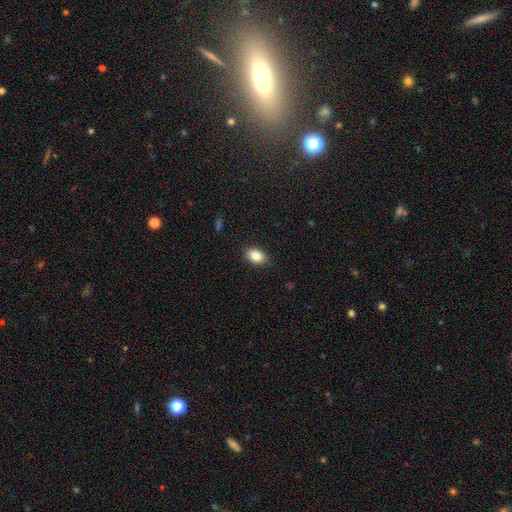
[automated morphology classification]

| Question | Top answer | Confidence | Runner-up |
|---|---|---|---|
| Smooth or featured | smooth | 86% | star or artifact (8%) |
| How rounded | in between | 83% | round (16%) |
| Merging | none | 87% | minor disturbance (10%) |